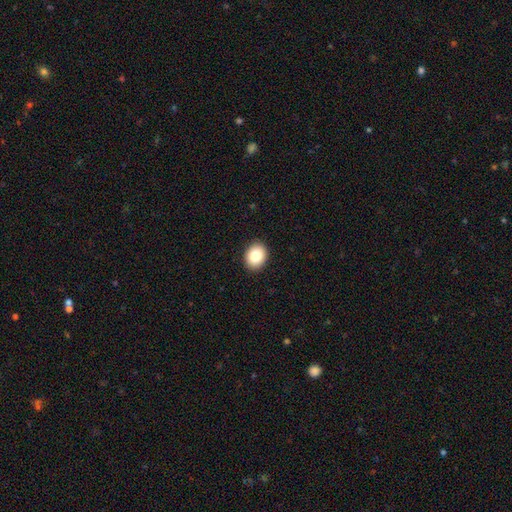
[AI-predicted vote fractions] A smooth galaxy with no disk features (83%) that is in between round and cigar-shaped (52%). Merging: none (92%).